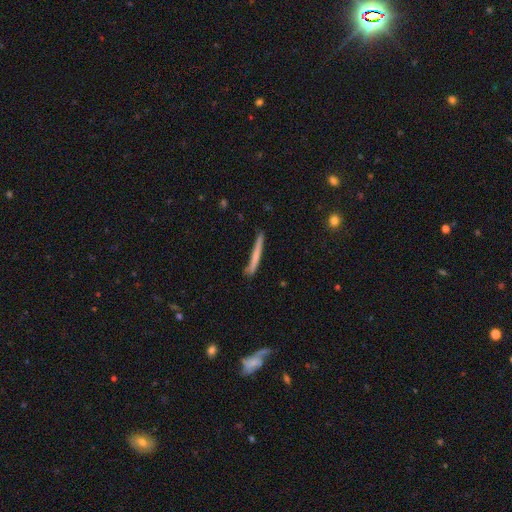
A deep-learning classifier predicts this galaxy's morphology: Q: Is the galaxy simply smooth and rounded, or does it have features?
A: smooth — 62%.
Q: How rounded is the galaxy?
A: cigar-shaped — 97%.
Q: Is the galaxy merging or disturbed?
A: none — 81%.